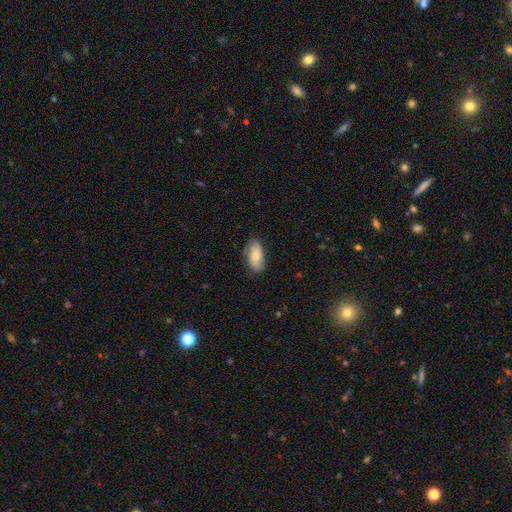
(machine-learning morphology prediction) This is likely a smooth galaxy (66%). How rounded: clearly in between (91%). Merging: likely none (73%).